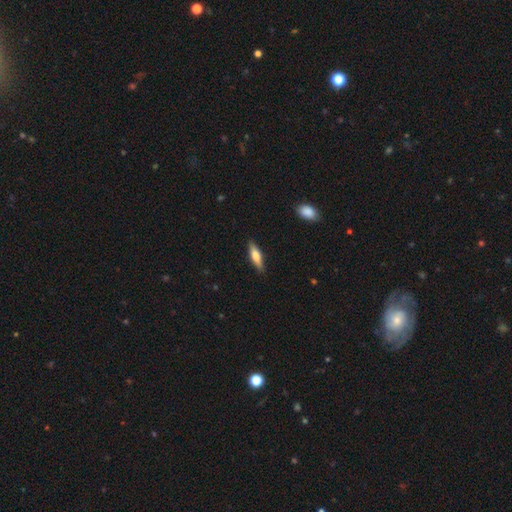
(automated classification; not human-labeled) smooth_or_featured: smooth (p=0.61) [alt: featured or disk p=0.33]
how_rounded: cigar-shaped (p=0.62) [alt: in between p=0.36]
merging: none (p=0.87) [alt: minor disturbance p=0.09]